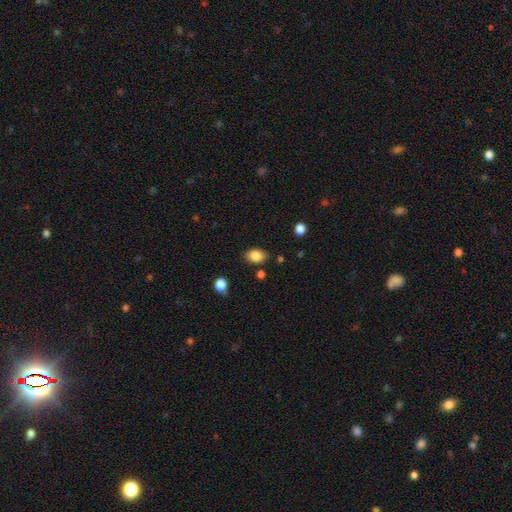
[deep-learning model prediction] Smooth or featured?
  - smooth: 85% *
  - star or artifact: 9%
  - featured or disk: 7%
How rounded?
  - in between: 81% *
  - round: 18%
  - cigar-shaped: 1%
Merging?
  - none: 79% *
  - minor disturbance: 15%
  - major disturbance: 3%
  - merger: 3%